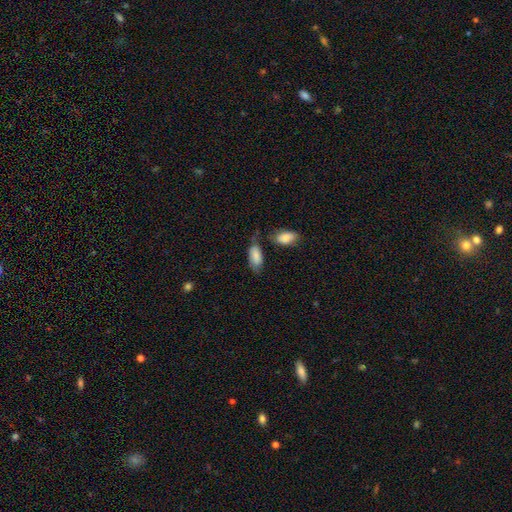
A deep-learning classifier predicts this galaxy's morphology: type=smooth (84%); roundness=in between (92%); merging=none (55%).